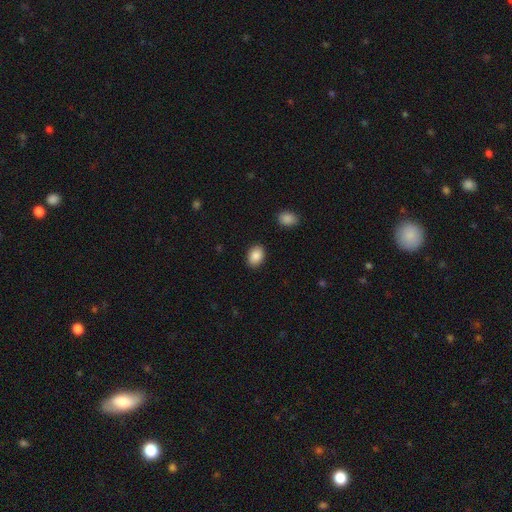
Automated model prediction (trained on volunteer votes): The model was most divided on "how rounded": in between: 74%, round: 25%, cigar-shaped: 1%. More confident: merging — none (88%); smooth or featured — smooth (88%).